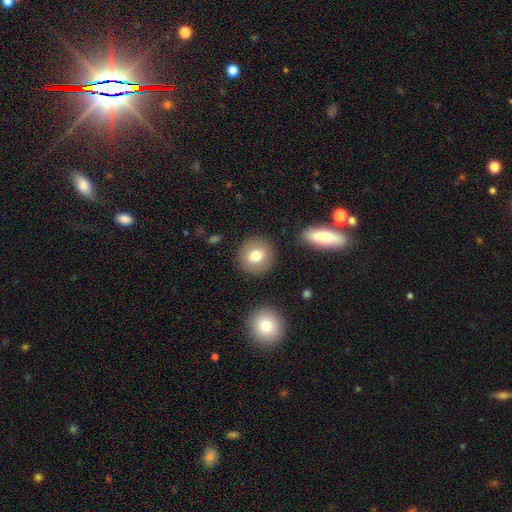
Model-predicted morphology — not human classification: smooth-or-featured: smooth: 75% | featured or disk: 16% | star or artifact: 9%
  how-rounded: round: 91% | in between: 8% | cigar-shaped: 1%
  merging: none: 88% | minor disturbance: 7% | merger: 3% | major disturbance: 3%